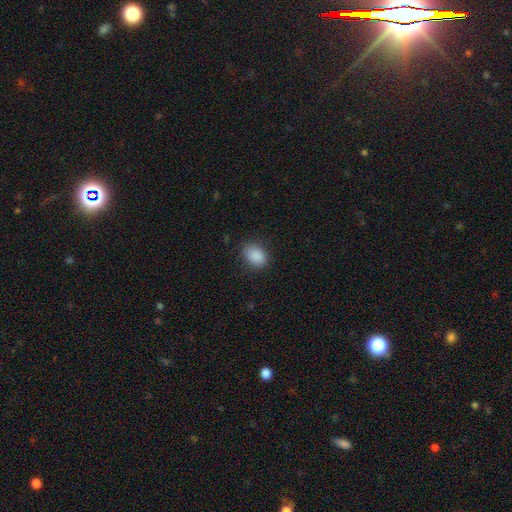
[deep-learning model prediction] This is clearly a smooth galaxy (89%). How rounded: likely in between (69%). Merging: clearly none (82%).